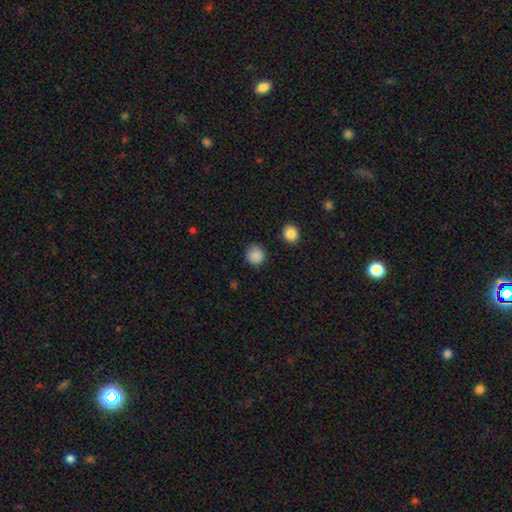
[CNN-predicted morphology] type=smooth (88%); roundness=round (92%); merging=none (86%).